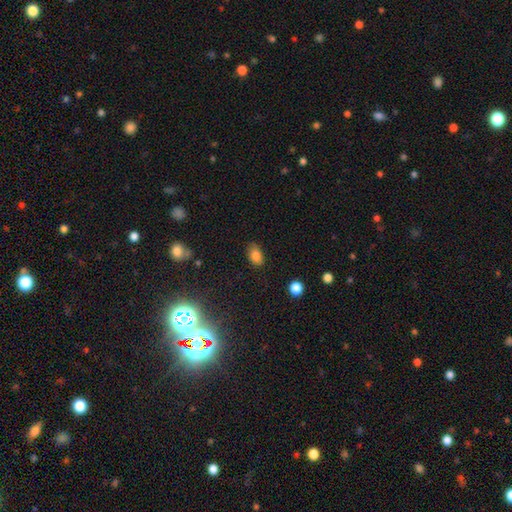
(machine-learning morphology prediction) smooth-or-featured: smooth: 83% | star or artifact: 11% | featured or disk: 6%
  how-rounded: in between: 88% | round: 10% | cigar-shaped: 2%
  merging: none: 78% | minor disturbance: 17% | major disturbance: 3% | merger: 1%